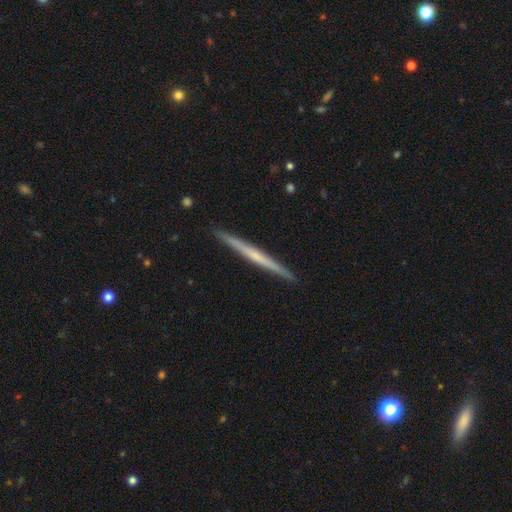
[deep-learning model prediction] Smooth or featured: featured or disk — 60% (smooth — 34%)
Edge-on disk: yes — 98% (no — 2%)
Edge-on bulge: none — 70% (rounded — 25%)
Merging: none — 92% (minor disturbance — 6%)